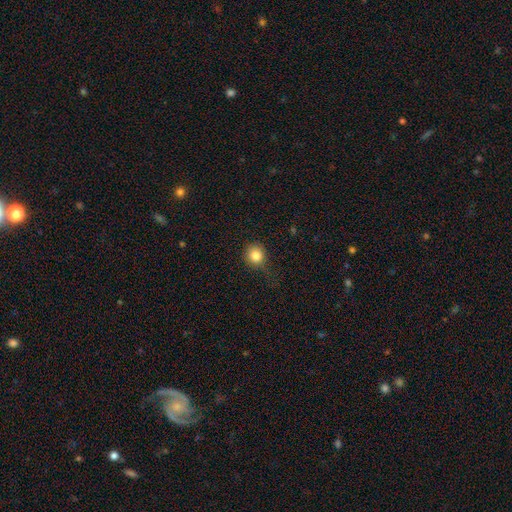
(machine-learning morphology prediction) Q: Smooth or featured?
A: smooth (83%); runner-up: star or artifact (11%)
Q: How rounded?
A: round (90%); runner-up: in between (9%)
Q: Merging?
A: none (69%); runner-up: minor disturbance (22%)